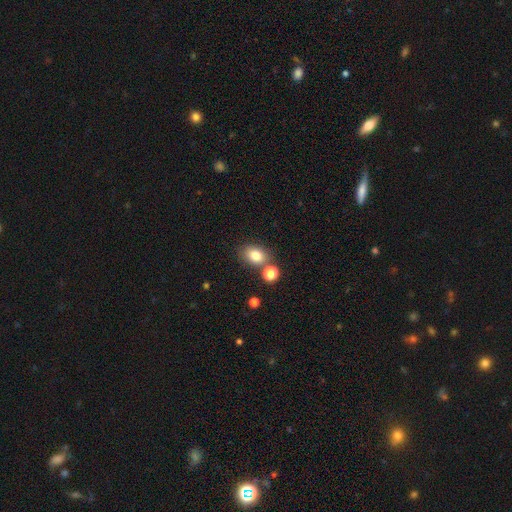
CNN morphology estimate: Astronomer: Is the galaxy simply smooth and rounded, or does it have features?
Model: smooth — 81%.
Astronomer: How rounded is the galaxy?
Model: in between — 62%.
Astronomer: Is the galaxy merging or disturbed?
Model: none — 67%.